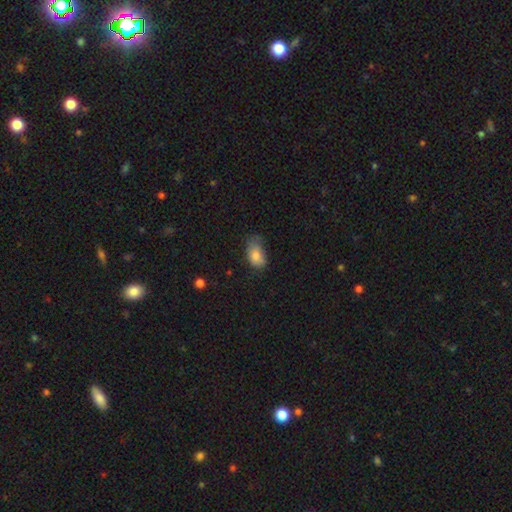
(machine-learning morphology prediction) This appears to be a smooth galaxy with no disk features (79%) that is in between round and cigar-shaped (87%). Merging: minor disturbance (43%).